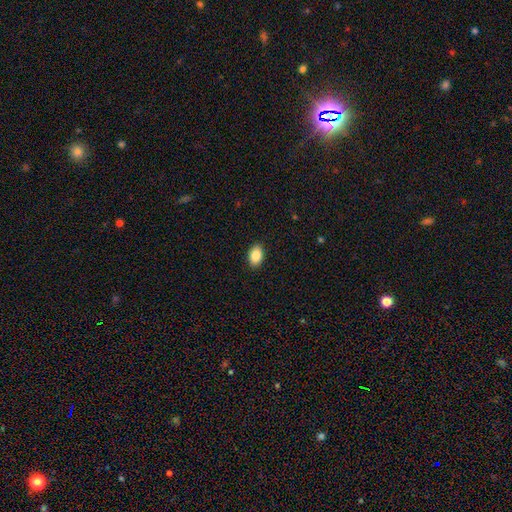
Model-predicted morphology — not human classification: smooth_or_featured: smooth (p=0.87) [alt: star or artifact p=0.07]
how_rounded: in between (p=0.90) [alt: round p=0.09]
merging: none (p=0.90) [alt: minor disturbance p=0.08]